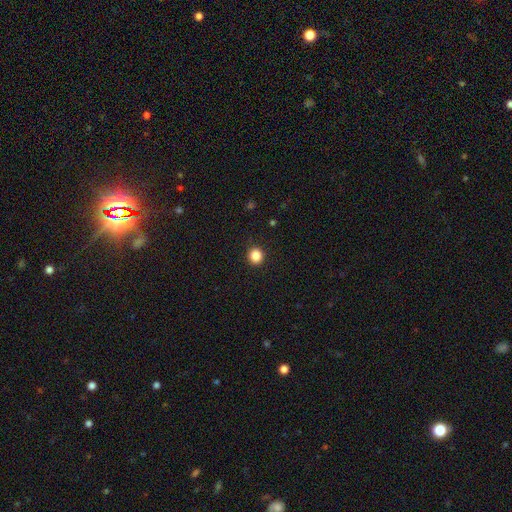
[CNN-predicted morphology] A smooth galaxy with no disk features (86%) that is round (89%). Merging: none (92%).